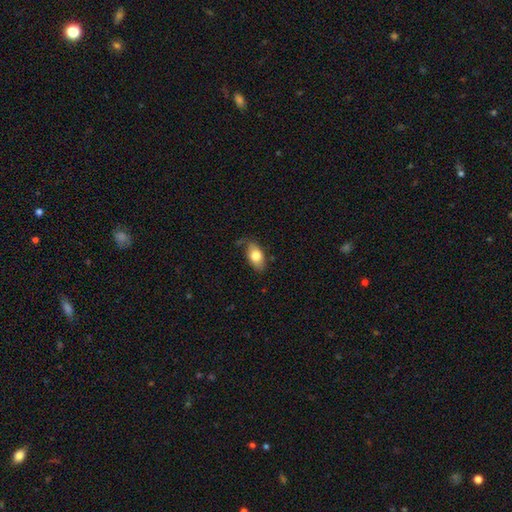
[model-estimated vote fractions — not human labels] Overall: smooth (77%). How rounded: in between (90%). Merging: none (69%).